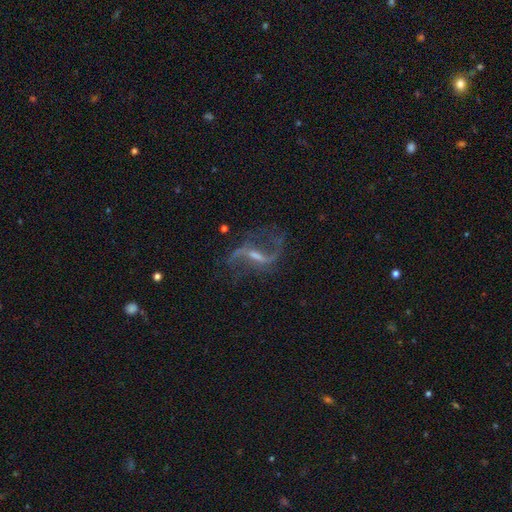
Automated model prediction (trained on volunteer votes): Morphology: type=featured or disk (87%); edge-on=no (94%); bar=weak (45%); spiral arms=yes (93%); winding=loose (87%); arm count=2 (90%); bulge=small (49%); merging=none (65%).